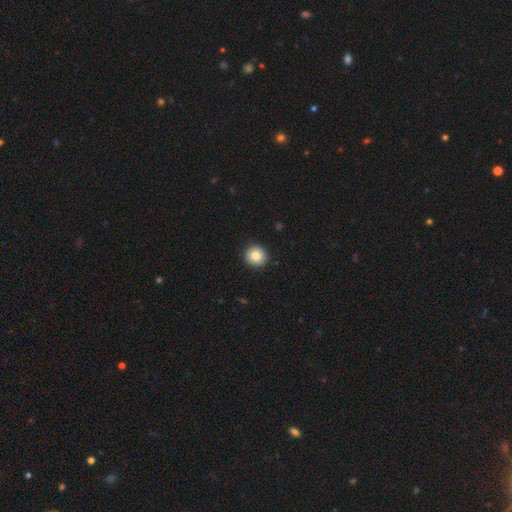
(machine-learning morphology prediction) Smooth or featured: smooth — 83% (star or artifact — 9%)
How rounded: round — 93% (in between — 6%)
Merging: none — 92% (minor disturbance — 5%)